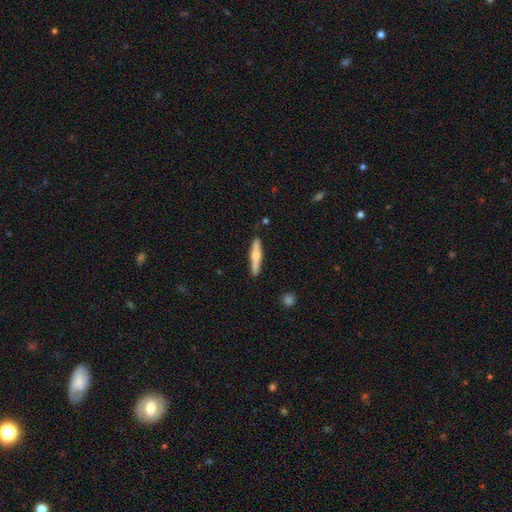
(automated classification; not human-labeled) A smooth galaxy with no disk features (50%) that is cigar-shaped (89%). Merging: none (87%).